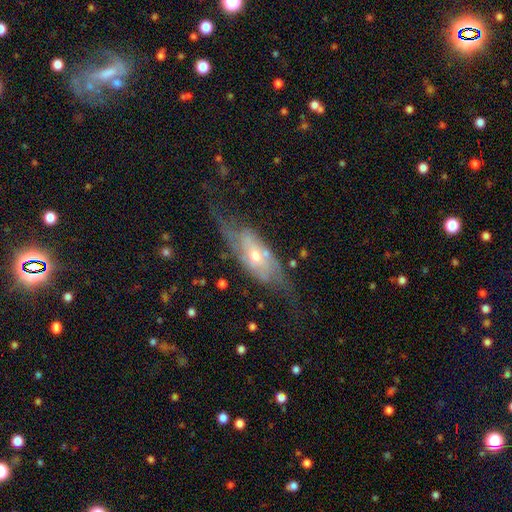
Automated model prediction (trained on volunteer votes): The model was most divided on "bulge size": moderate: 52%, small: 42%, large: 3%, none: 2%, dominant: 1%. More confident: spiral arms — yes (81%); edge-on disk — no (76%); smooth or featured — featured or disk (75%); bar — no (56%); merging — none (53%).